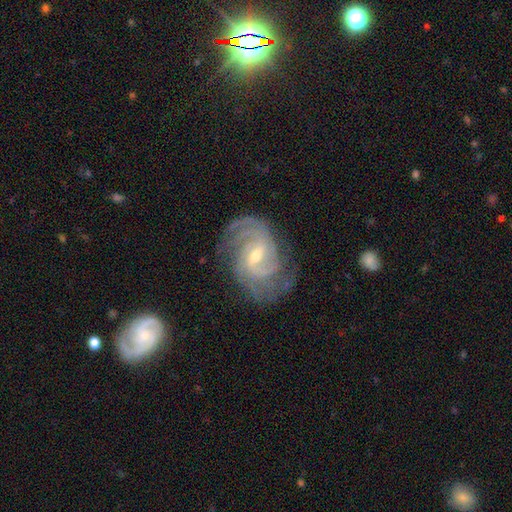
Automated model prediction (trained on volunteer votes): A featured or disk galaxy (91%) with a weak bar (55%), 2 (26%, tied with 3) tight (57%) spiral arms (98%) and a small central bulge (54%). Merging: none (73%).